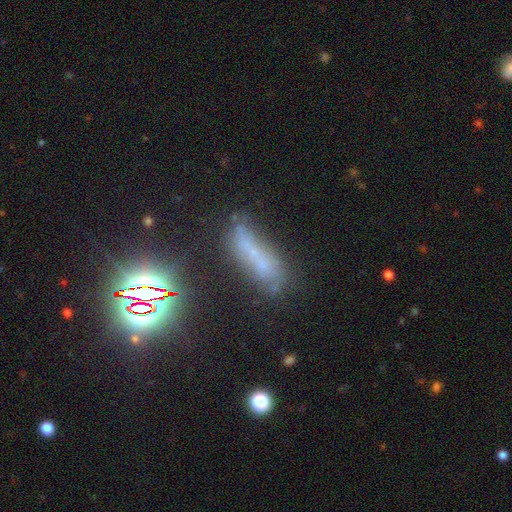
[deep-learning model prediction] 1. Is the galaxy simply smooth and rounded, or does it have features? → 41% smooth, 31% star or artifact, 29% featured or disk.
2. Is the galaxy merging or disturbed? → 48% none, 26% minor disturbance, 16% major disturbance, 10% merger.